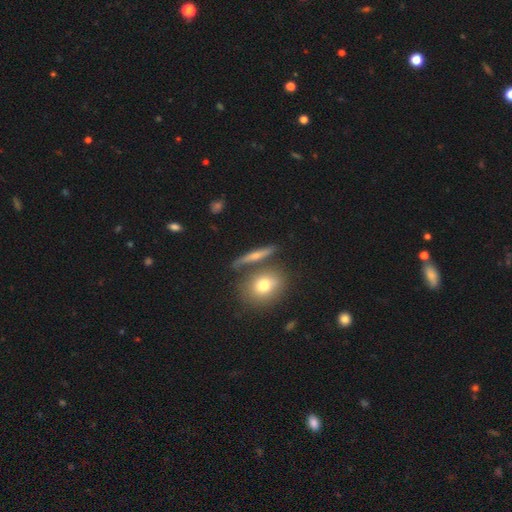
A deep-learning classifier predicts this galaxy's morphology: type=smooth (48%); merging=none (75%).